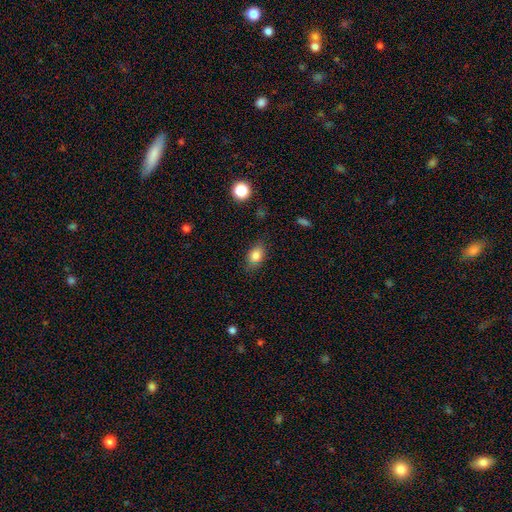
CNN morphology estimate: A smooth galaxy with no disk features (83%) that is in between round and cigar-shaped (80%). Merging: none (77%).